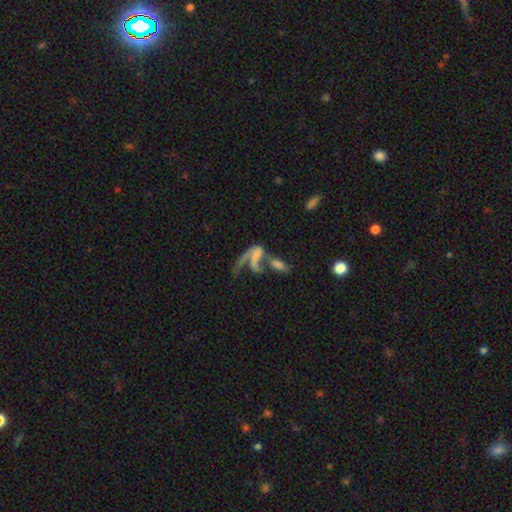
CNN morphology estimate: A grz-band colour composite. It shows a featured or disk galaxy (57%) with no bar (61%), spiral arms (56%) and no central bulge (60%). Merging: merger (52%).